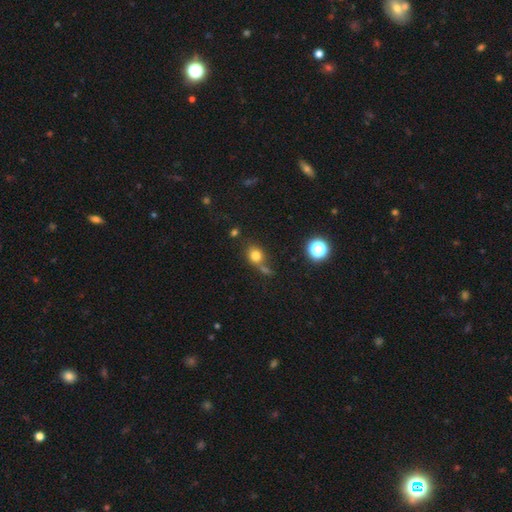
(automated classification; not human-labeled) Smooth or featured: smooth — 77% (star or artifact — 14%)
How rounded: round — 68% (in between — 30%)
Merging: none — 54% (merger — 22%)